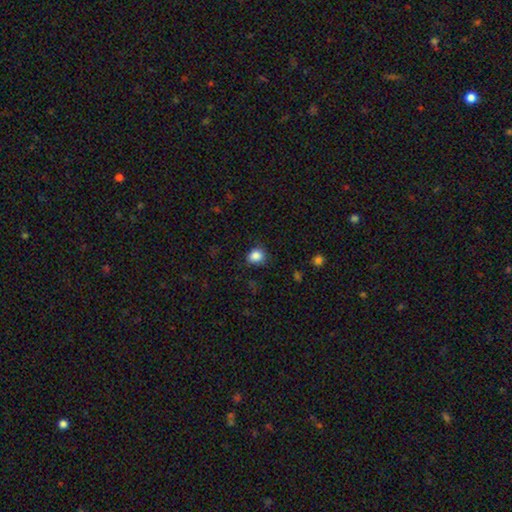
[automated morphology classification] Overall: smooth (86%). How rounded: round (69%; in between 30%). Merging: none (80%).